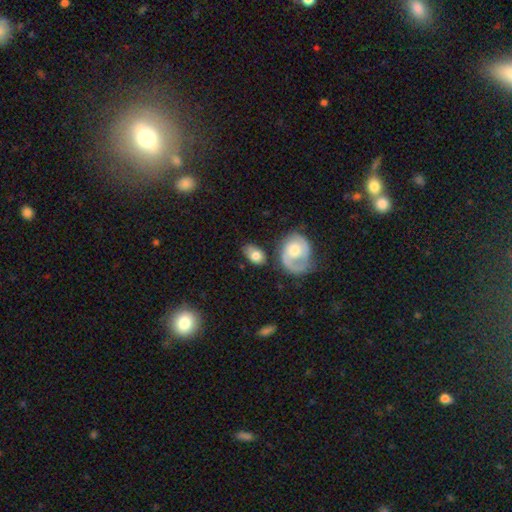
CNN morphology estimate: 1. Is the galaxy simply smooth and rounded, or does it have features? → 70% smooth, 23% featured or disk, 7% star or artifact.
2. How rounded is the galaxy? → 81% in between, 17% round, 2% cigar-shaped.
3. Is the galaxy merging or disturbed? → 61% none, 19% minor disturbance, 13% merger, 8% major disturbance.